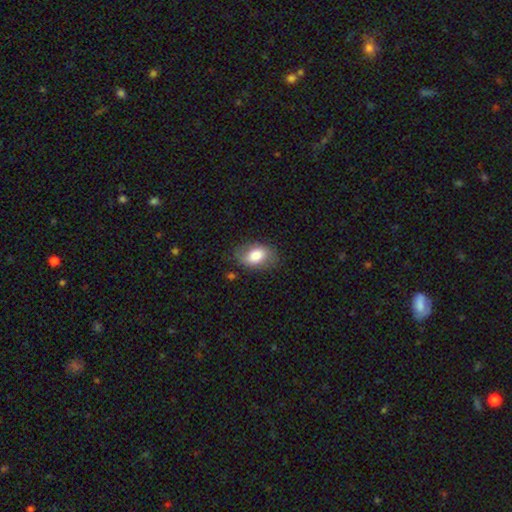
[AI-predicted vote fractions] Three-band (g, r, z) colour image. It shows a smooth galaxy with no disk features (73%) that is in between round and cigar-shaped (84%). Merging: none (72%).